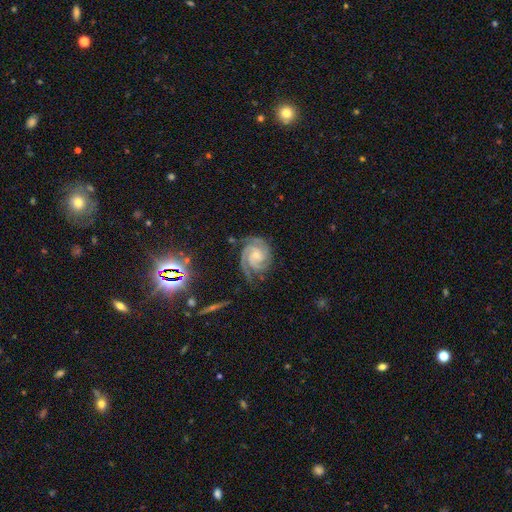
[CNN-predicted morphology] Smooth or featured? Predicted: featured or disk (p=0.91). Edge-on disk? Predicted: no (p=0.98). Bar? Predicted: no (p=0.67). Spiral arms? Predicted: yes (p=0.99). Spiral winding? Predicted: tight (p=0.72). Spiral arm count? Predicted: 3 (p=0.54). Bulge size? Predicted: small (p=0.66). Merging? Predicted: none (p=0.73).